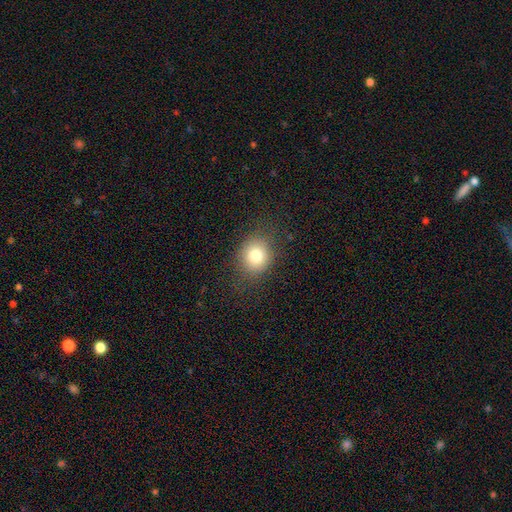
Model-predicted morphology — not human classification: Smooth or featured? smooth (78%)
How rounded? round (73%)
Merging? none (82%)